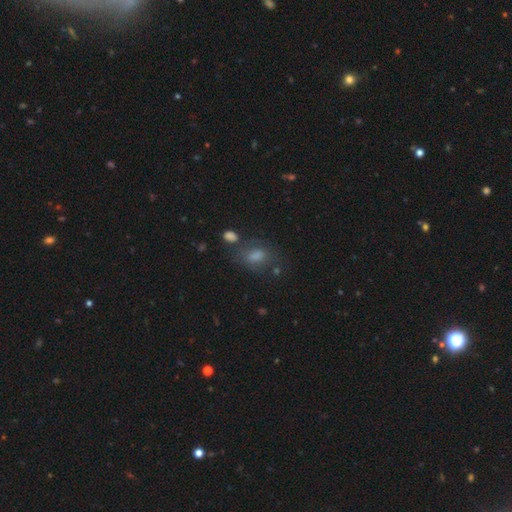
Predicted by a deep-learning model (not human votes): Smooth or featured? smooth (57%)
How rounded? in between (73%)
Merging? none (62%)